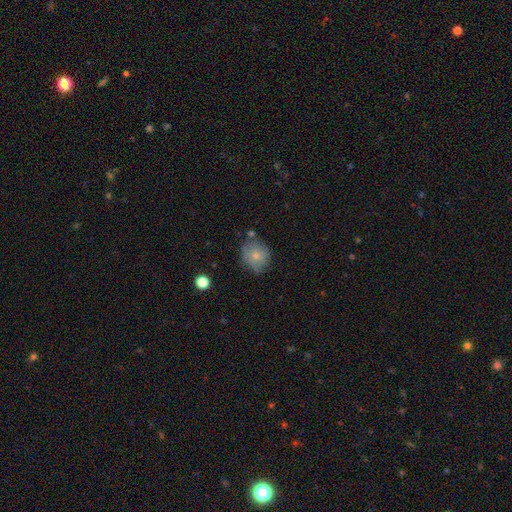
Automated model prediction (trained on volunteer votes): A smooth galaxy with no disk features (70%) that is round (73%). Merging: none (58%).